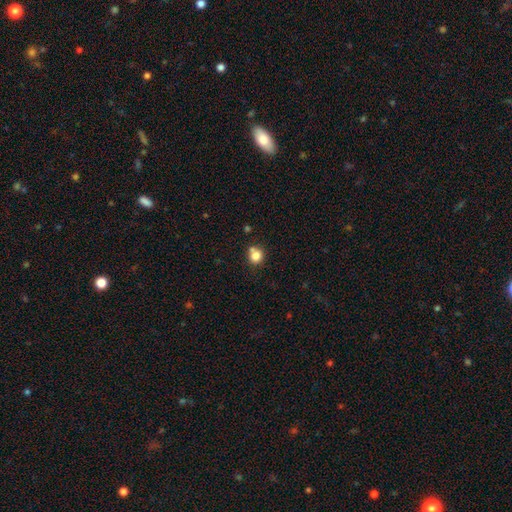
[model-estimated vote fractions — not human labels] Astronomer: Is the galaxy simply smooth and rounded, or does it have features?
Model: smooth — 81%.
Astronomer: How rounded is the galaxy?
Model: round — 84%.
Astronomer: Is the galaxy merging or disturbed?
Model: none — 63%.